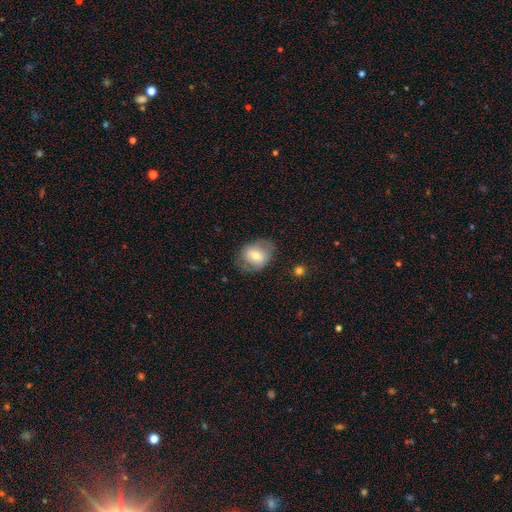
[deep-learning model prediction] This appears to be a smooth galaxy with no disk features (65%) that is round (50%). Merging: none (66%).